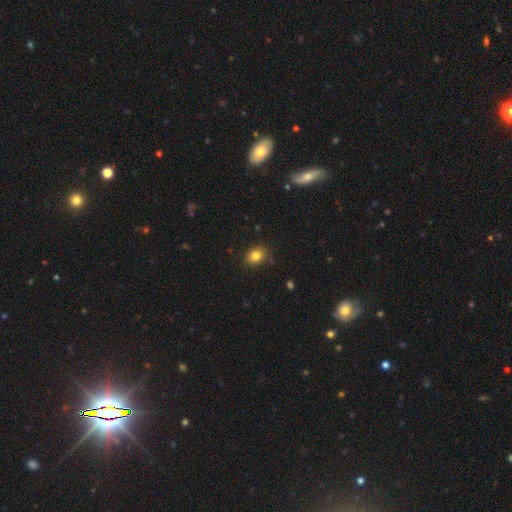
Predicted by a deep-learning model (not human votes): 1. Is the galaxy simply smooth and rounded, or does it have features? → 82% smooth, 11% star or artifact, 7% featured or disk.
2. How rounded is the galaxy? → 51% round, 48% in between, 1% cigar-shaped.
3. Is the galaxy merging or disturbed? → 86% none, 10% minor disturbance, 2% major disturbance, 2% merger.